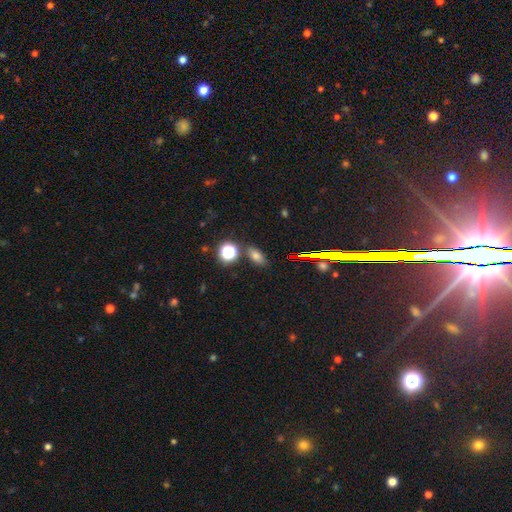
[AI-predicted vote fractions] Q: Smooth or featured?
A: smooth (70%); runner-up: star or artifact (20%)
Q: How rounded?
A: in between (78%); runner-up: round (13%)
Q: Merging?
A: none (79%); runner-up: minor disturbance (11%)